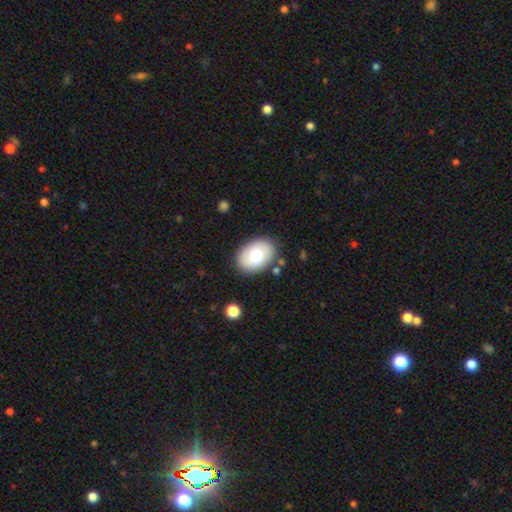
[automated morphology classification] Smooth or featured: smooth — 76% (featured or disk — 18%)
How rounded: in between — 84% (round — 15%)
Merging: none — 84% (minor disturbance — 11%)